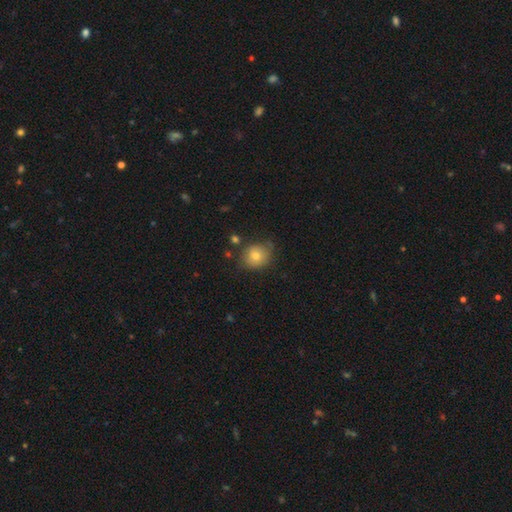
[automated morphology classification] This is likely a smooth galaxy (73%). How rounded: likely round (72%). Merging: likely none (66%).